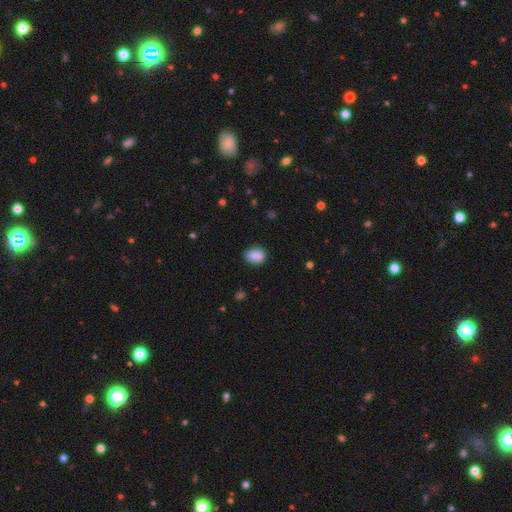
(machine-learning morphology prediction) This appears to be a smooth galaxy with no disk features (86%) that is in between round and cigar-shaped (60%). Merging: none (77%).